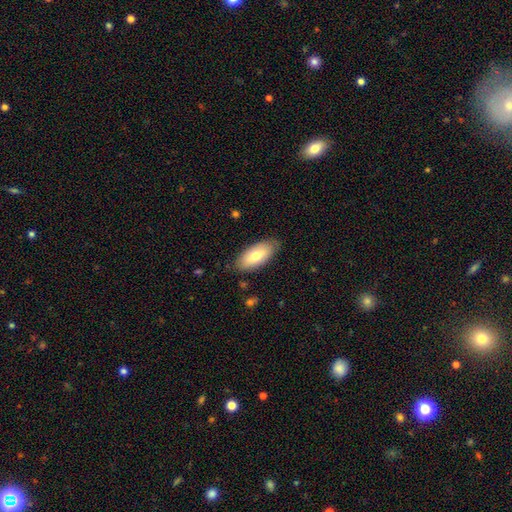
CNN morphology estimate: Q: Smooth or featured?
A: smooth (73%); runner-up: featured or disk (21%)
Q: How rounded?
A: in between (89%); runner-up: cigar-shaped (9%)
Q: Merging?
A: none (82%); runner-up: minor disturbance (14%)